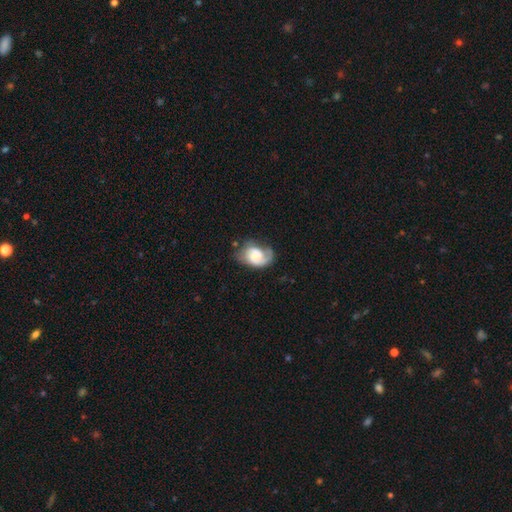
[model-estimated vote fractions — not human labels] A featured or disk galaxy (58%) with no bar (62%), spiral arms (85%) and a large central bulge (28%).

Vote fractions:
- Smooth or featured? featured or disk: 58% / smooth: 35% / star or artifact: 8%
- Edge-on disk? no: 97% / yes: 3%
- Bar? no: 62% / weak: 30% / strong: 7%
- Spiral arms? yes: 85% / no: 15%
- Bulge size? large: 28% / none: 23% / moderate: 22% / small: 19% / dominant: 7%
- Merging? none: 44% / minor disturbance: 29% / major disturbance: 23% / merger: 3%